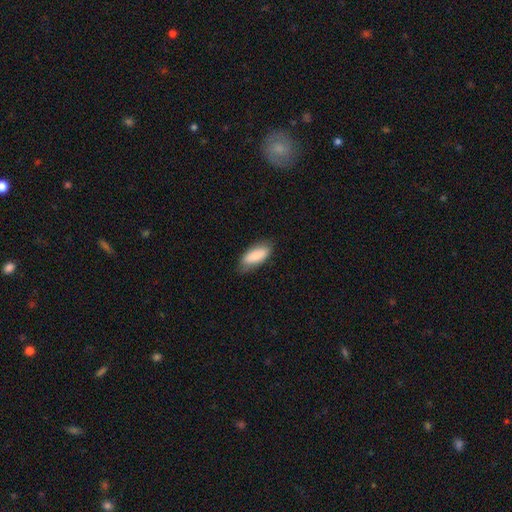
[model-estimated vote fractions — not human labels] This is clearly a smooth galaxy (82%). How rounded: clearly in between (83%). Merging: likely none (75%).